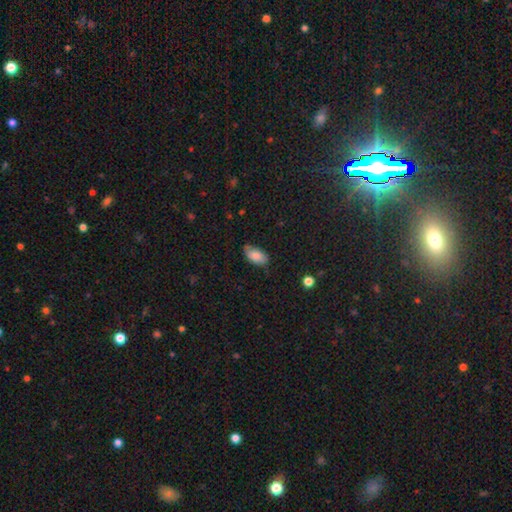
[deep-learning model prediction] This is clearly a smooth galaxy (84%). How rounded: clearly in between (94%). Merging: likely none (69%).